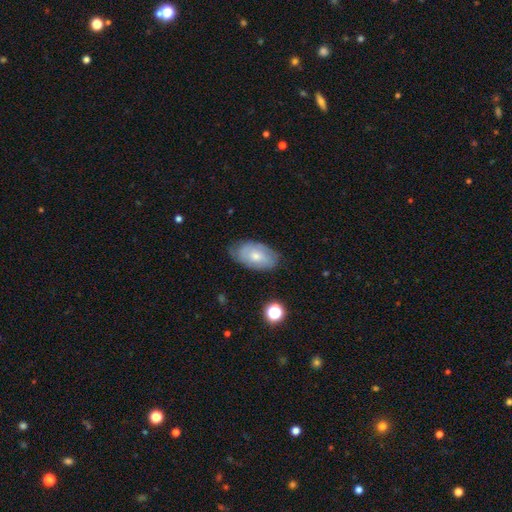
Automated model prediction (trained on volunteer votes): Overall: smooth (59%; featured or disk 34%). How rounded: in between (92%). Merging: none (67%).